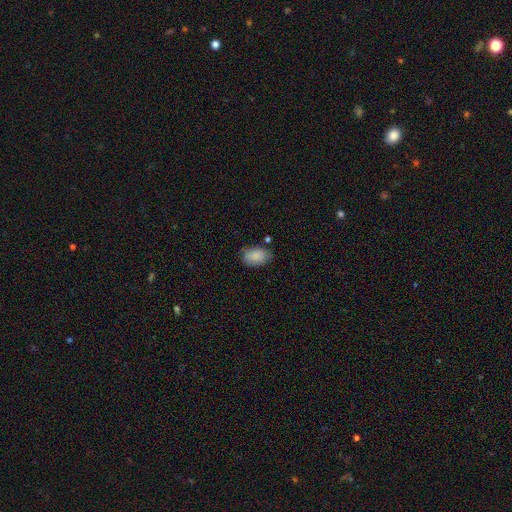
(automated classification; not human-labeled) Overall: smooth (85%). How rounded: in between (84%). Merging: none (68%).